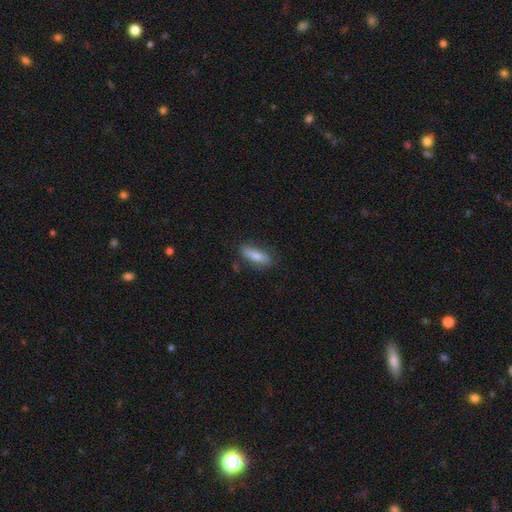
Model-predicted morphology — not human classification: Smooth or featured?
  - smooth: 77% *
  - featured or disk: 16%
  - star or artifact: 7%
How rounded?
  - in between: 52% *
  - cigar-shaped: 46%
  - round: 2%
Merging?
  - none: 73% *
  - minor disturbance: 19%
  - major disturbance: 5%
  - merger: 2%